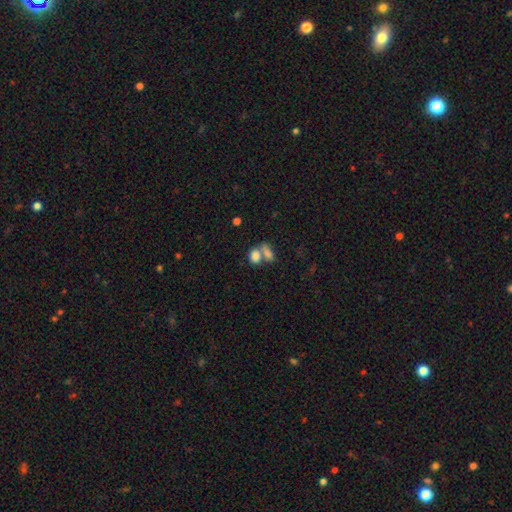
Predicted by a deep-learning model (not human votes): Overall: smooth (80%). How rounded: in between (77%). Merging: merger (60%; none 28%).